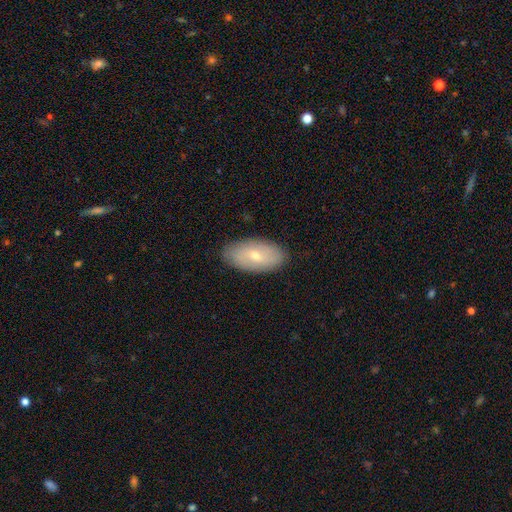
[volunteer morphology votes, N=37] smooth 62%, featured or disk 32%, star or artifact 5%. Down the decision tree: how rounded — in between (100%); merging — none (94%).